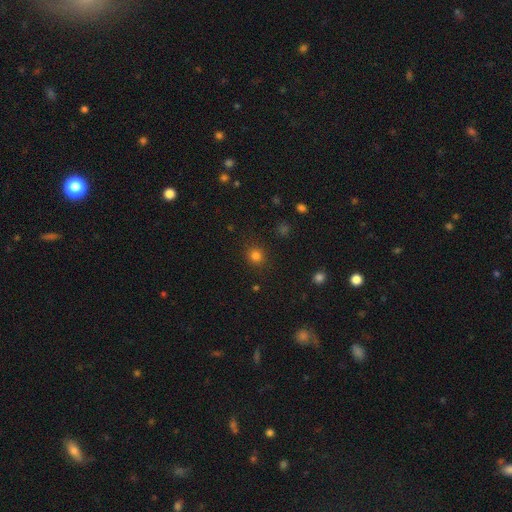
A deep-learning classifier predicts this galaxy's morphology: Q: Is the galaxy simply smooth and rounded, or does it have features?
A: smooth — 81%.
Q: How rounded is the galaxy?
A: round — 89%.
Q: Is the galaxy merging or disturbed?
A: none — 89%.